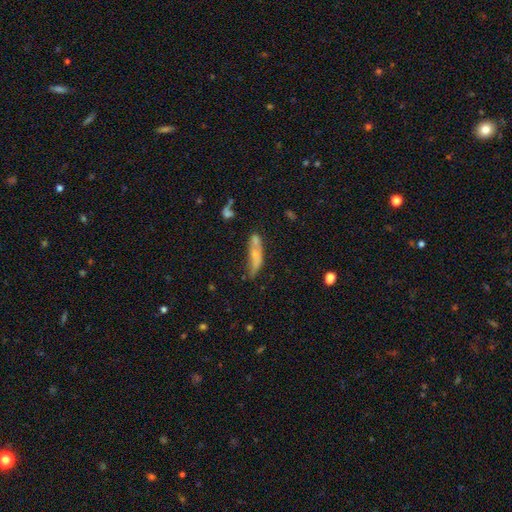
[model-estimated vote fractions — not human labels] This is possibly a smooth galaxy (58%). How rounded: likely cigar-shaped (60%). Merging: marginally none (33%).